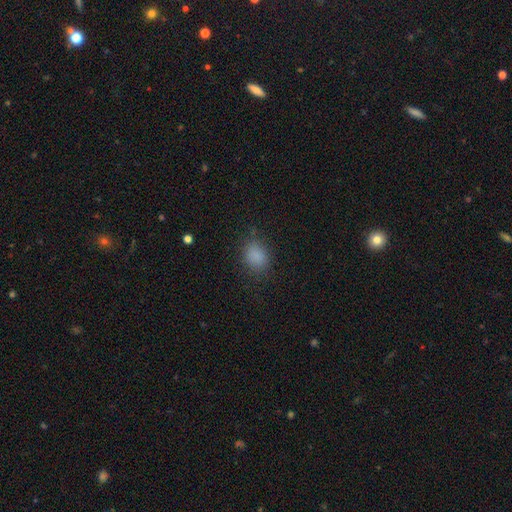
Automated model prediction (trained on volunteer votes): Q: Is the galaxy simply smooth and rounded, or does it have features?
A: smooth — 84%.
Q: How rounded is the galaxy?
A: in between — 57%.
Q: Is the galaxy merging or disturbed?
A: none — 77%.